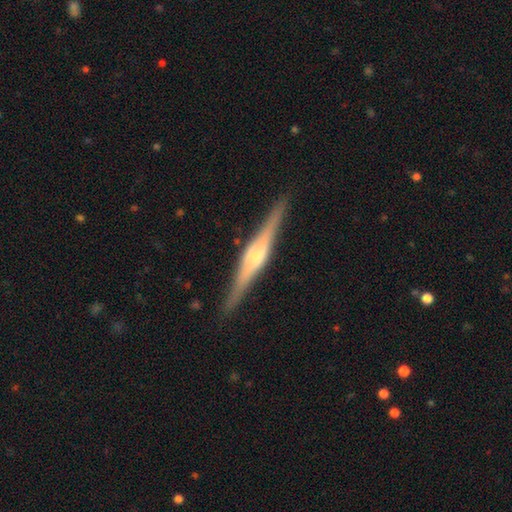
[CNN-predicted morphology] Q: Smooth or featured?
A: featured or disk (80%); runner-up: smooth (14%)
Q: Edge-on disk?
A: yes (98%); runner-up: no (2%)
Q: Edge-on bulge?
A: rounded (65%); runner-up: boxy (28%)
Q: Merging?
A: none (90%); runner-up: minor disturbance (8%)